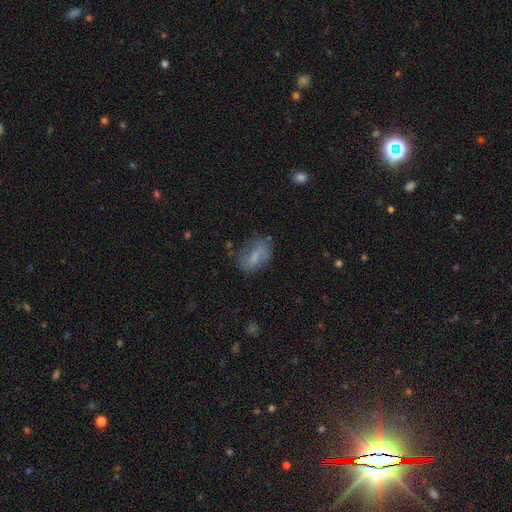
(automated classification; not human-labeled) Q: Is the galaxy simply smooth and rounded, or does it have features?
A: smooth — 62%.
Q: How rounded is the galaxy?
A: in between — 83%.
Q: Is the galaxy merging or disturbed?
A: none — 63%.